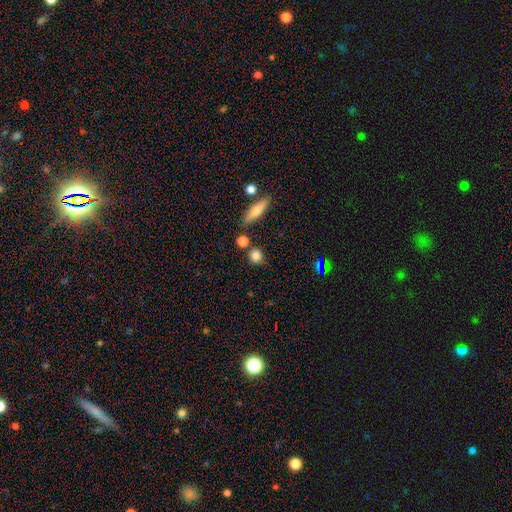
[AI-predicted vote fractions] This appears to be a smooth galaxy with no disk features (83%) that is round (79%). Merging: none (77%).